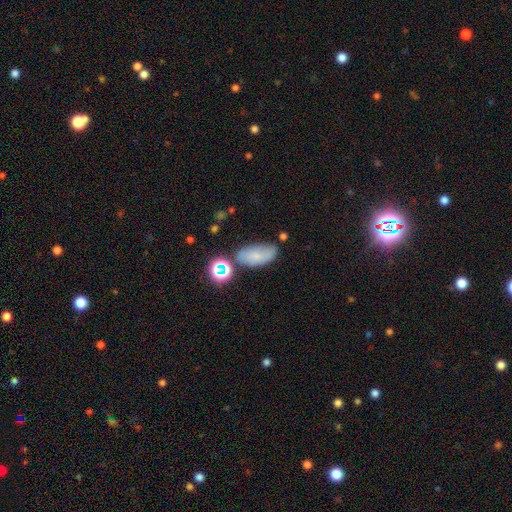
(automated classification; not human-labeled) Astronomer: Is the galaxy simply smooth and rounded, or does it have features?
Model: smooth — 64%.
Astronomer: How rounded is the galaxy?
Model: in between — 86%.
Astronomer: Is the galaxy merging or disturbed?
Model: none — 59%.